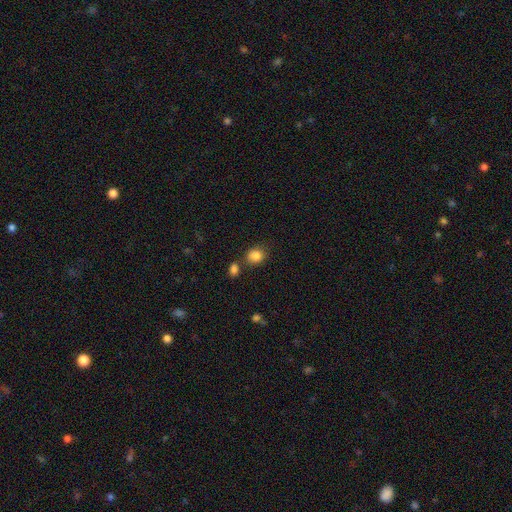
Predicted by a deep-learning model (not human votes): Smooth or featured? smooth (84%)
How rounded? round (63%)
Merging? none (68%)